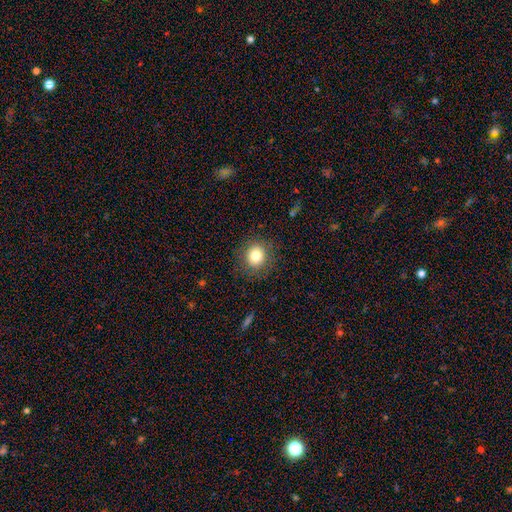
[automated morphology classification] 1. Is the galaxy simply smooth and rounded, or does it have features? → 80% smooth, 11% star or artifact, 9% featured or disk.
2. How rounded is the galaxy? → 85% round, 14% in between, 1% cigar-shaped.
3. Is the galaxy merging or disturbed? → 87% none, 9% minor disturbance, 4% major disturbance, 1% merger.